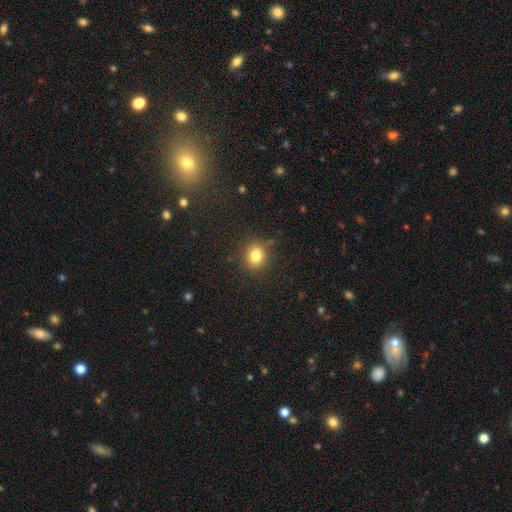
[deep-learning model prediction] Smooth or featured?
  - smooth: 81% *
  - star or artifact: 12%
  - featured or disk: 6%
How rounded?
  - round: 73% *
  - in between: 26%
  - cigar-shaped: 1%
Merging?
  - none: 85% *
  - minor disturbance: 10%
  - major disturbance: 3%
  - merger: 2%